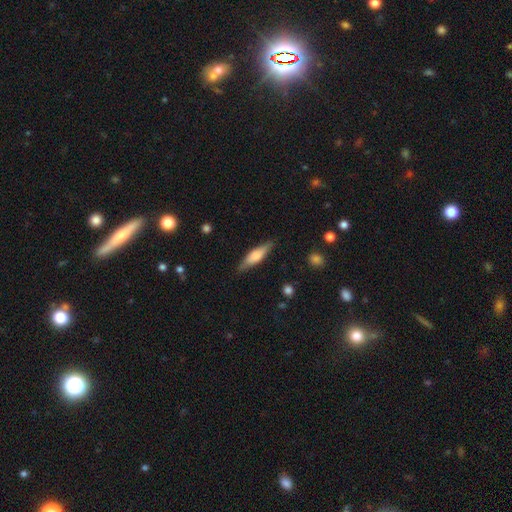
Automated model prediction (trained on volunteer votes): smooth-or-featured: smooth: 56% | featured or disk: 38% | star or artifact: 6%
  how-rounded: cigar-shaped: 63% | in between: 35% | round: 2%
  merging: none: 84% | minor disturbance: 12% | major disturbance: 3% | merger: 1%